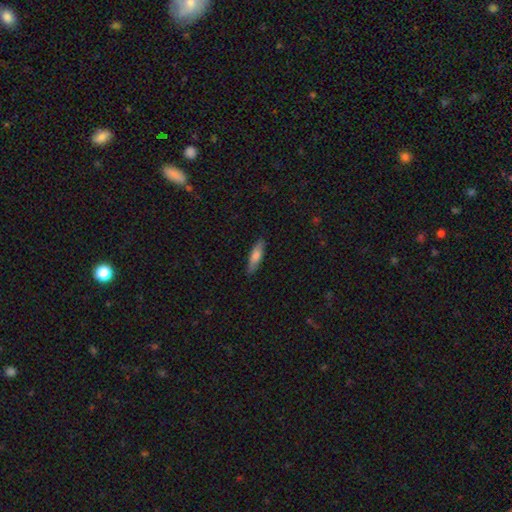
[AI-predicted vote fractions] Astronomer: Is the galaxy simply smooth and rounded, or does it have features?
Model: smooth — 70%.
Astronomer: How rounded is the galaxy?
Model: cigar-shaped — 64%.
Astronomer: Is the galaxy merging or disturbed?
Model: none — 88%.